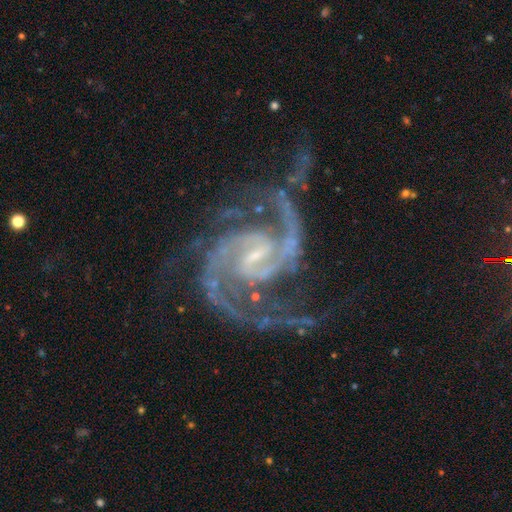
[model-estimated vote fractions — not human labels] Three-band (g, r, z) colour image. It shows a featured or disk galaxy (94%) with a weak bar (55%), 2 (81%) medium (62%) spiral arms (99%) and a small central bulge (68%). Merging: none (67%).